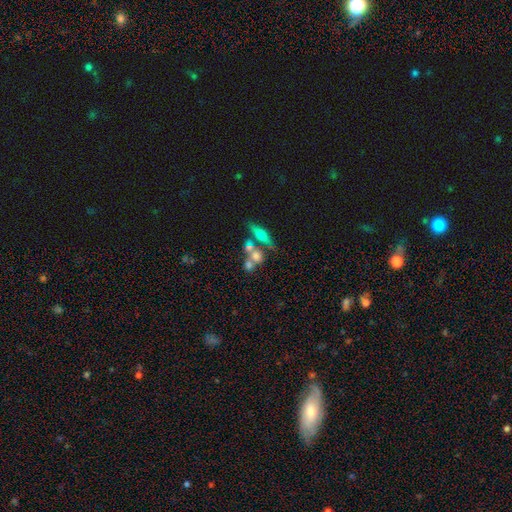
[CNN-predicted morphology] Smooth or featured? Predicted: smooth (p=0.57). How rounded? Predicted: round (p=0.56). Merging? Predicted: merger (p=0.48).